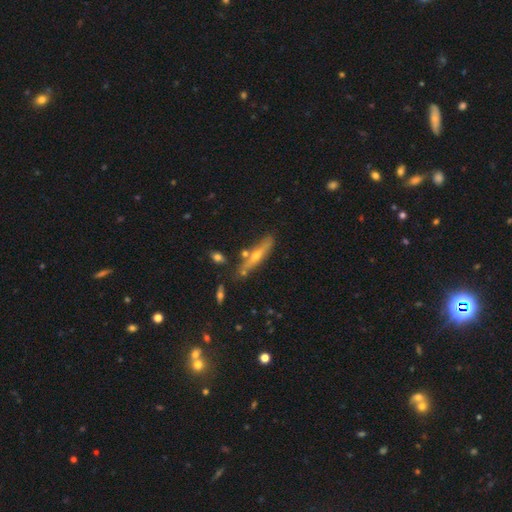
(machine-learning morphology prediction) This is likely a featured or disk galaxy (62%). It is clearly viewed edge-on (91%). Edge-on bulge: clearly rounded (86%). Merging: likely none (78%).